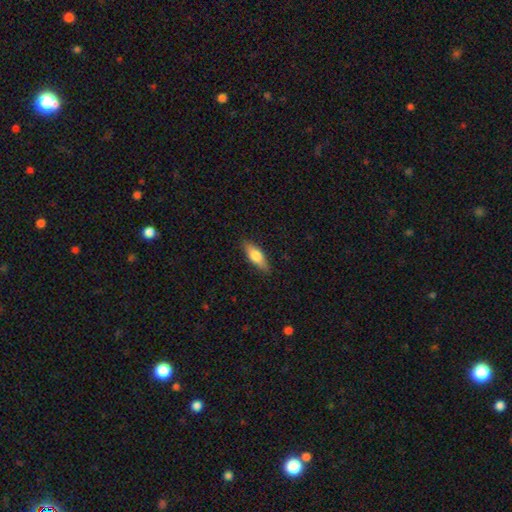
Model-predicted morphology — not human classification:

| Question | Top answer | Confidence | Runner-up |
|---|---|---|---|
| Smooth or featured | smooth | 72% | featured or disk (22%) |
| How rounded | in between | 64% | cigar-shaped (34%) |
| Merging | none | 87% | minor disturbance (10%) |